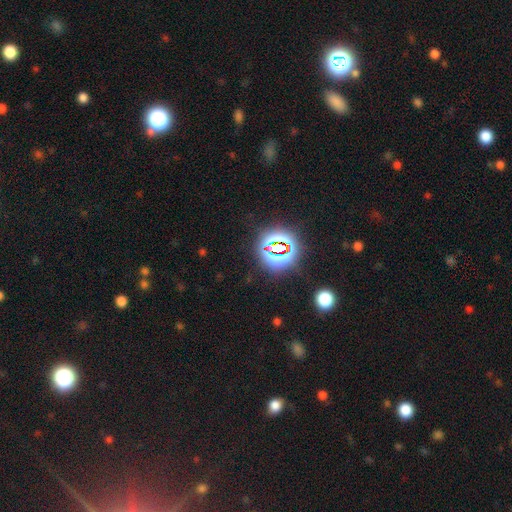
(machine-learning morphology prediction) star or artifact 79%, smooth 14%, featured or disk 7%.